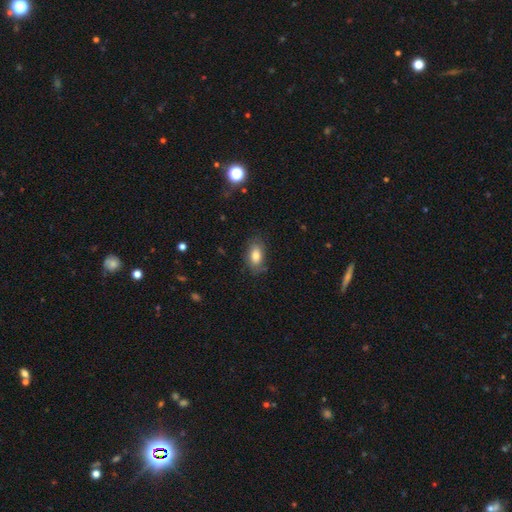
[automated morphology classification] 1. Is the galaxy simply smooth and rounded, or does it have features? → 78% smooth, 14% featured or disk, 7% star or artifact.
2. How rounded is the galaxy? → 90% in between, 6% round, 4% cigar-shaped.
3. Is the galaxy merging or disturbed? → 74% none, 19% minor disturbance, 6% major disturbance, 1% merger.